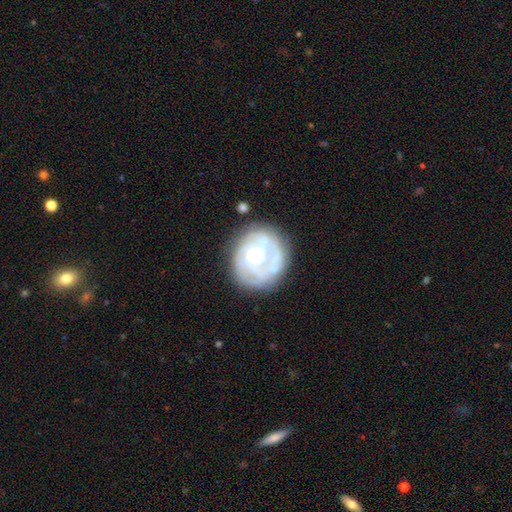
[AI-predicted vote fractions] featured or disk 79%, smooth 16%, star or artifact 6%. Down the decision tree: edge-on disk — no (98%); bar — no (77%); spiral arms — yes (84%); spiral arm count — can't tell (39%); spiral winding — tight (68%); bulge size — small (69%); merging — none (70%).